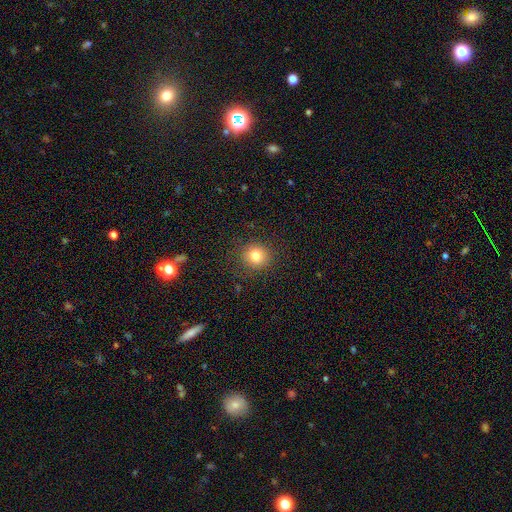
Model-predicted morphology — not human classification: Smooth or featured? Predicted: smooth (p=0.80). How rounded? Predicted: round (p=0.88). Merging? Predicted: none (p=0.88).